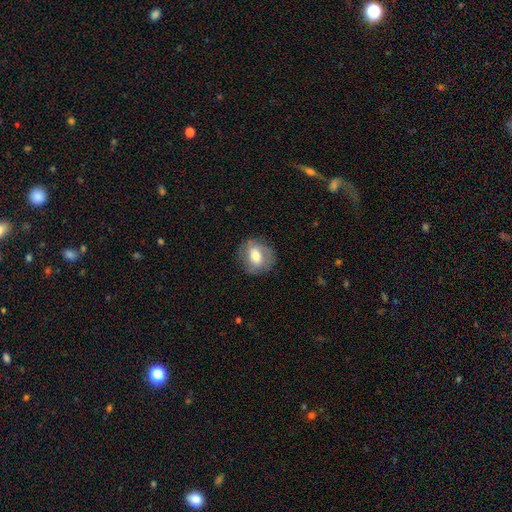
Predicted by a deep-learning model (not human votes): Smooth or featured: smooth — 55% (featured or disk — 37%)
How rounded: round — 64% (in between — 34%)
Merging: none — 77% (minor disturbance — 16%)